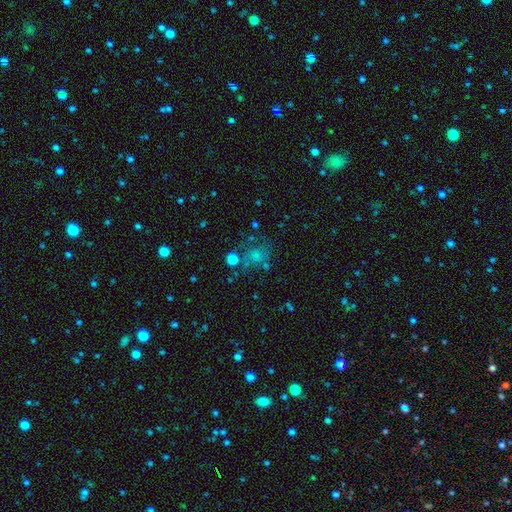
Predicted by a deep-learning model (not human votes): Q: Smooth or featured?
A: smooth (43%); runner-up: featured or disk (34%)
Q: Merging?
A: none (46%); runner-up: major disturbance (24%)